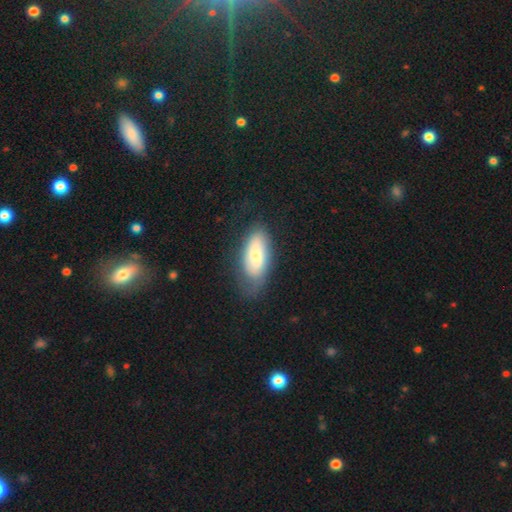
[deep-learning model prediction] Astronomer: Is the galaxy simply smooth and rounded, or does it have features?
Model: smooth — 64%.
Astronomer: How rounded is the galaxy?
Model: in between — 89%.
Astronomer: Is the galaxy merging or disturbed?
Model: none — 58%.